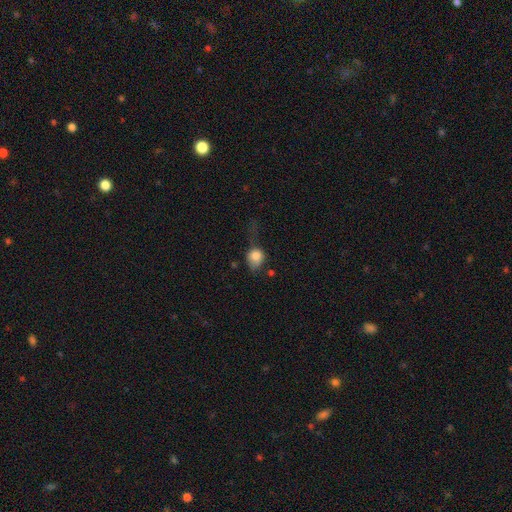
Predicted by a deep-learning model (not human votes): smooth 78%, featured or disk 12%, star or artifact 10%. Down the decision tree: how rounded — round (62%); merging — none (33%).